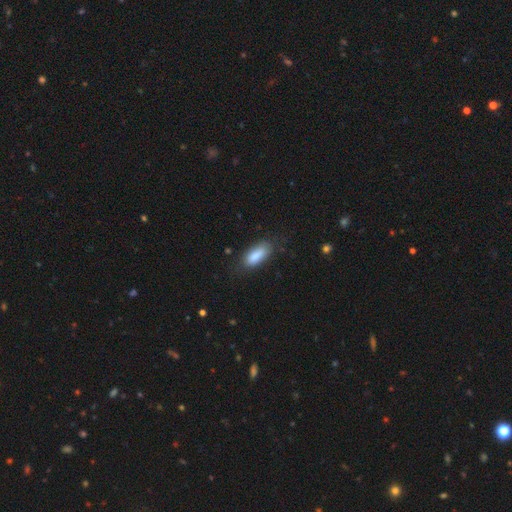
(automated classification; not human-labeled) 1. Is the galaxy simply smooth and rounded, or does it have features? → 86% smooth, 7% featured or disk, 7% star or artifact.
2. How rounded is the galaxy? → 78% in between, 20% cigar-shaped, 2% round.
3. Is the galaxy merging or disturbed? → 74% none, 19% minor disturbance, 6% major disturbance, 2% merger.